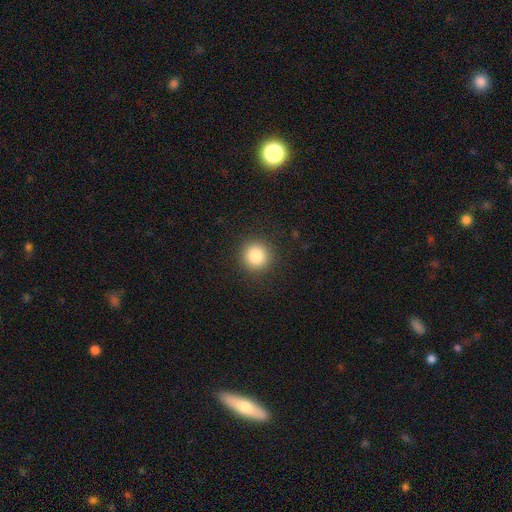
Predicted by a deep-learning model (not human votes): Smooth or featured?
  - smooth: 86% *
  - star or artifact: 10%
  - featured or disk: 5%
How rounded?
  - round: 95% *
  - in between: 4%
  - cigar-shaped: 1%
Merging?
  - none: 91% *
  - minor disturbance: 6%
  - major disturbance: 2%
  - merger: 1%